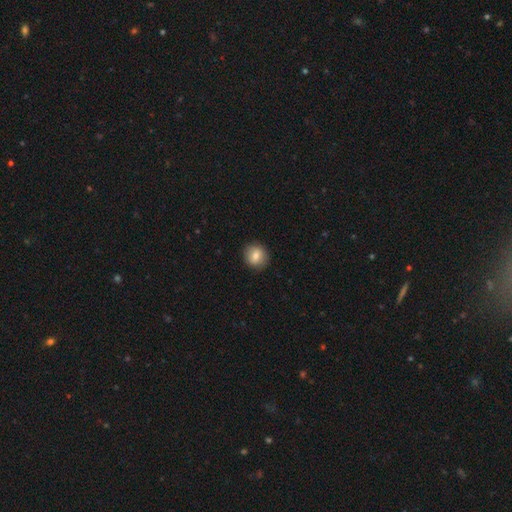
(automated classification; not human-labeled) smooth_or_featured: smooth (p=0.79) [alt: featured or disk p=0.12]
how_rounded: round (p=0.83) [alt: in between p=0.16]
merging: none (p=0.89) [alt: minor disturbance p=0.08]